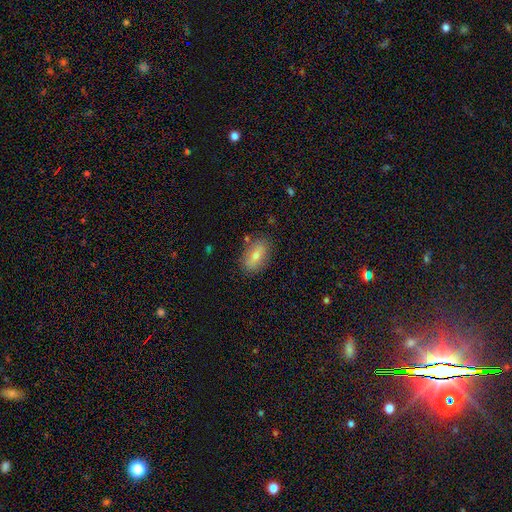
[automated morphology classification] smooth 61%, featured or disk 28%, star or artifact 10%. Down the decision tree: how rounded — in between (87%); merging — none (84%).